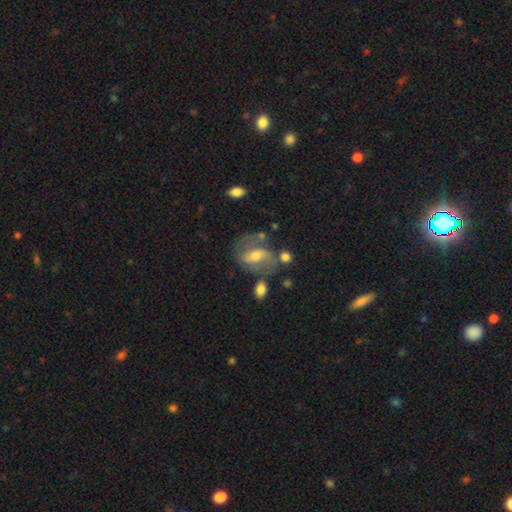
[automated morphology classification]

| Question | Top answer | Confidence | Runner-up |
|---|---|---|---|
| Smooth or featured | featured or disk | 68% | smooth (23%) |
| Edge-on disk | no | 95% | yes (5%) |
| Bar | weak | 42% | strong (33%) |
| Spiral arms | yes | 79% | no (21%) |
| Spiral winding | medium | 49% | loose (27%) |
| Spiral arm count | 2 | 78% | can't tell (14%) |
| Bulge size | moderate | 55% | small (35%) |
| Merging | none | 54% | minor disturbance (20%) |